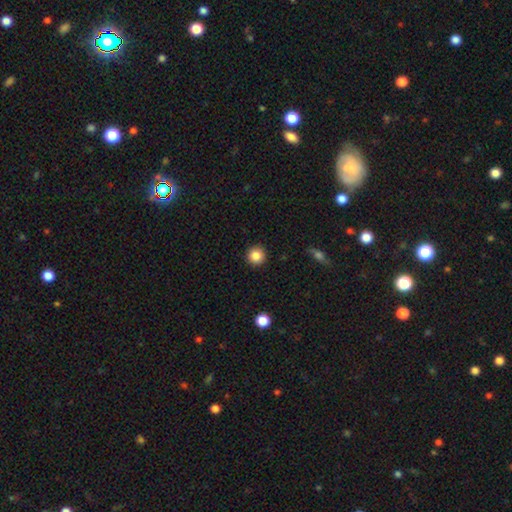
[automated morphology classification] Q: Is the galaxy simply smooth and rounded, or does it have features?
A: smooth — 85%.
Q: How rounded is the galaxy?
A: round — 95%.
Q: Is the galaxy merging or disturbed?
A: none — 92%.